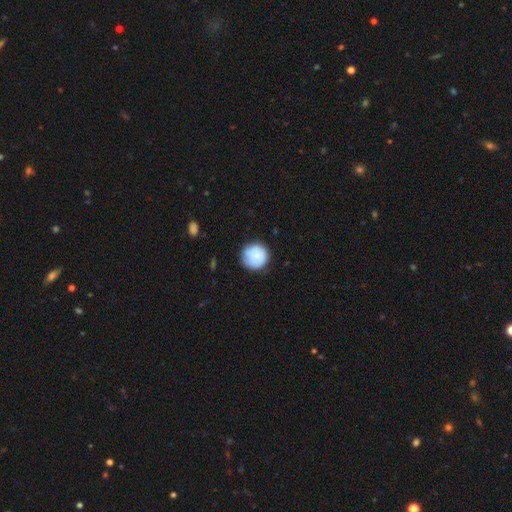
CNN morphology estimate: Overall: smooth (77%). How rounded: round (92%). Merging: none (76%).